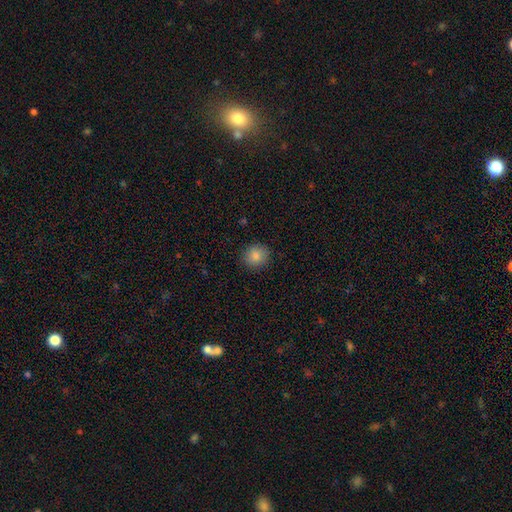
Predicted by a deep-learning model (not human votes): Smooth or featured? smooth (86%)
How rounded? round (87%)
Merging? none (89%)